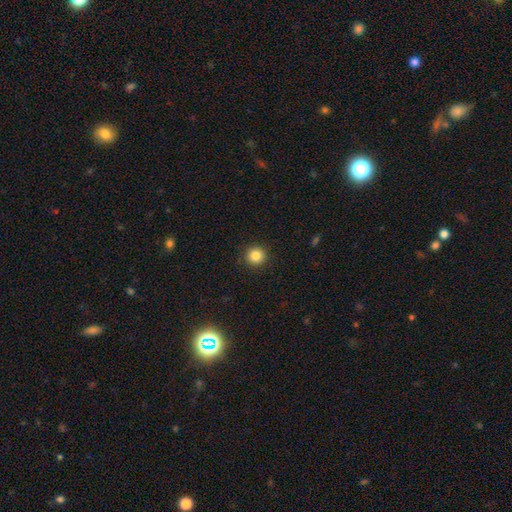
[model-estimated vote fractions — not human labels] This appears to be a smooth galaxy with no disk features (84%) that is round (94%). Merging: none (92%).